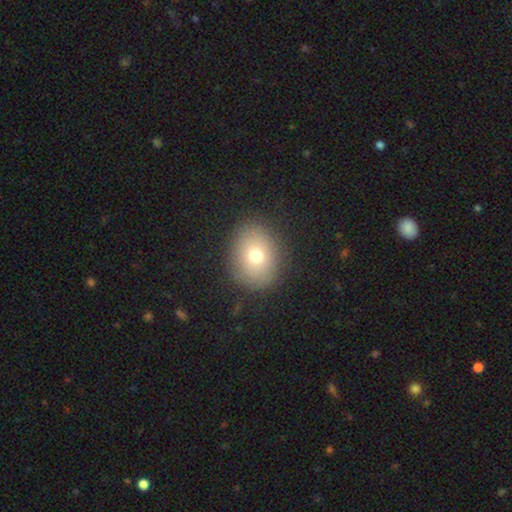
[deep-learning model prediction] Morphology: type=smooth (74%); roundness=in between (50%); merging=none (88%).